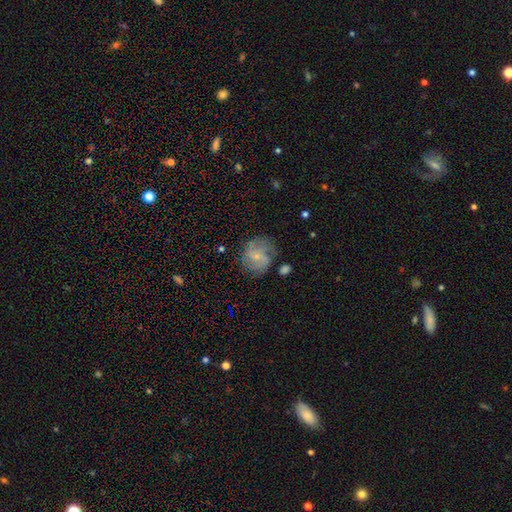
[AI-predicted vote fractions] Overall: featured or disk (69%). Edge-on disk: no (98%). Bar: no (64%; weak 31%). Spiral arms: yes (89%). Spiral arm count: 2 (31%; can't tell 28%). Spiral winding: medium (44%; tight 35%). Bulge size: small (76%). Merging: none (66%).